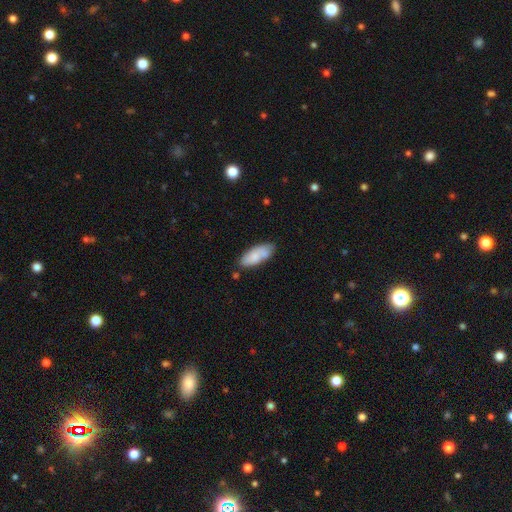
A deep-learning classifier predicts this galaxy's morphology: Overall: smooth (77%). How rounded: in between (79%). Merging: none (67%).